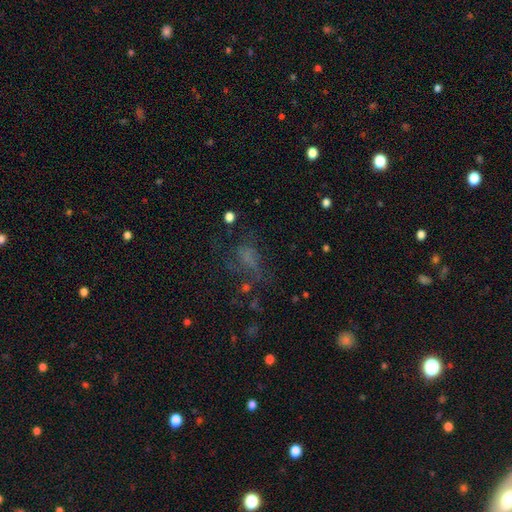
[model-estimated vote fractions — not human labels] smooth 38% (tied), star or artifact 38% (tied), featured or disk 24%. Down the decision tree: merging — none (51%).